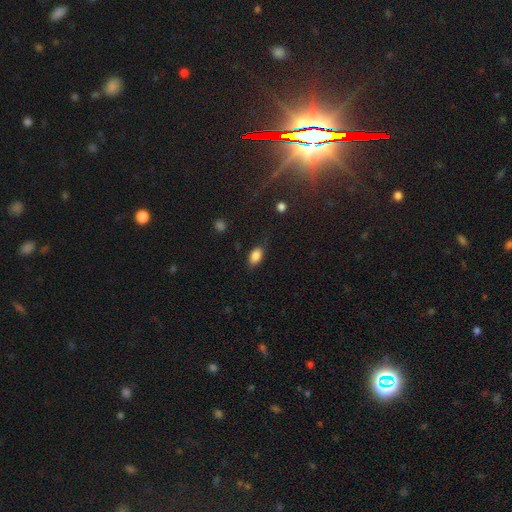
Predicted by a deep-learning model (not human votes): This appears to be a smooth galaxy with no disk features (85%) that is in between round and cigar-shaped (89%). Merging: none (76%).